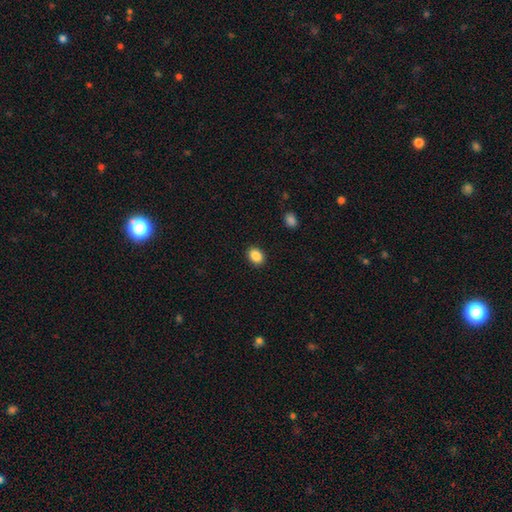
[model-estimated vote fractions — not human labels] Smooth or featured?
  - smooth: 88% *
  - star or artifact: 9%
  - featured or disk: 4%
How rounded?
  - in between: 68% *
  - round: 31%
  - cigar-shaped: 1%
Merging?
  - none: 90% *
  - minor disturbance: 7%
  - major disturbance: 2%
  - merger: 1%